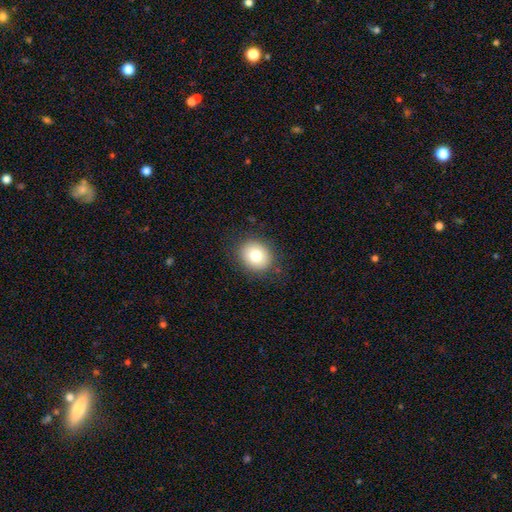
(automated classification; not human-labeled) Smooth or featured?
  - smooth: 79% *
  - featured or disk: 11%
  - star or artifact: 10%
How rounded?
  - round: 72% *
  - in between: 27%
  - cigar-shaped: 1%
Merging?
  - none: 87% *
  - minor disturbance: 9%
  - major disturbance: 3%
  - merger: 1%